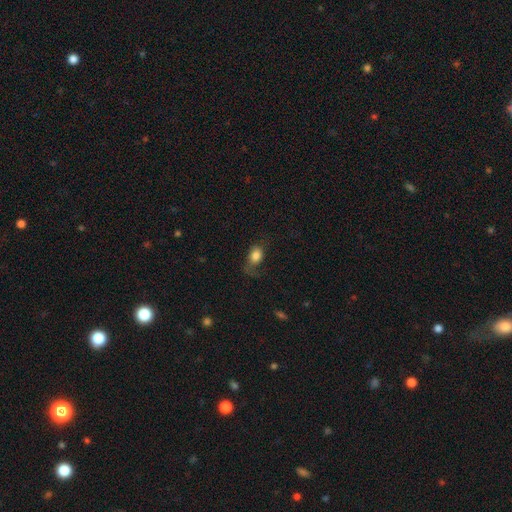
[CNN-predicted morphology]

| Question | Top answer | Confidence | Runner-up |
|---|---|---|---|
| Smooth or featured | smooth | 78% | featured or disk (13%) |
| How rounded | in between | 66% | round (32%) |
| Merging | none | 43% | major disturbance (29%) |